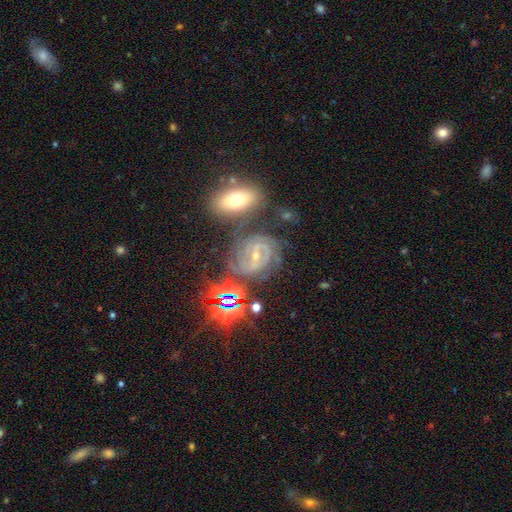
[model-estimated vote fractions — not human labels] A featured or disk galaxy (74%) with a weak bar (45%), 2 (41%) tight (60%) spiral arms (96%) and a small central bulge (66%). Merging: none (66%).